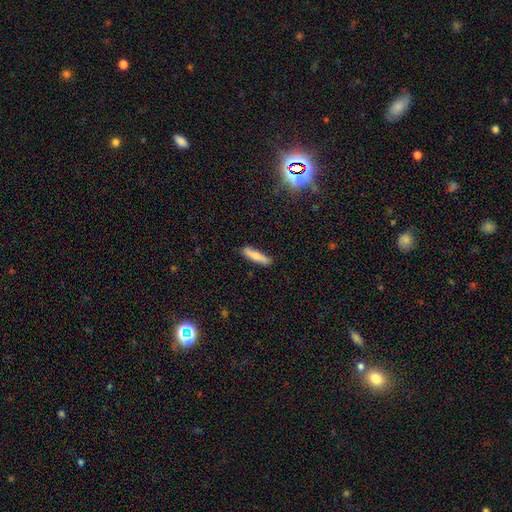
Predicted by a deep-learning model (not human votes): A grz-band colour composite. It shows a smooth galaxy with no disk features (76%) that is cigar-shaped (81%). Merging: none (85%).